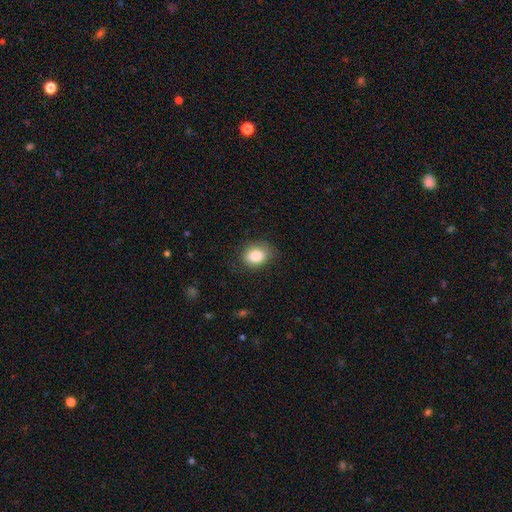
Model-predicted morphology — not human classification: Q: Smooth or featured?
A: smooth (83%); runner-up: star or artifact (9%)
Q: How rounded?
A: in between (53%); runner-up: round (46%)
Q: Merging?
A: none (80%); runner-up: minor disturbance (15%)